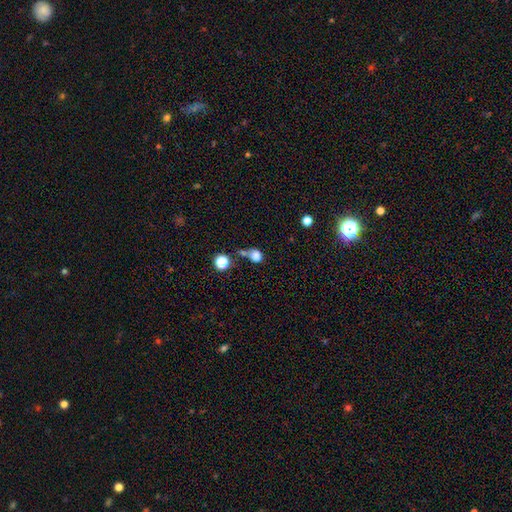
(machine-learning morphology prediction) A smooth galaxy with no disk features (79%) that is round (70%). Merging: none (40%).